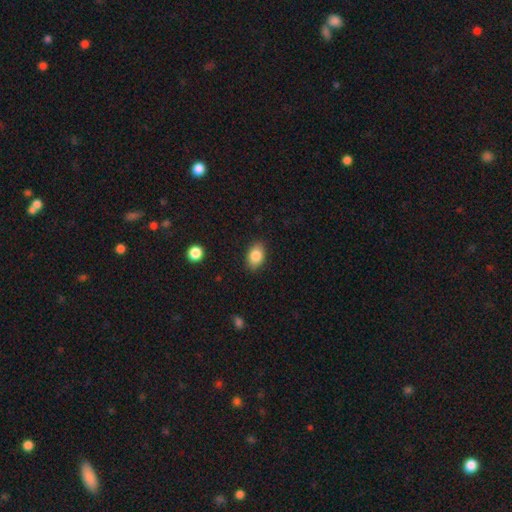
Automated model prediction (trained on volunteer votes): Smooth or featured: smooth — 84% (star or artifact — 8%)
How rounded: in between — 85% (round — 13%)
Merging: none — 86% (minor disturbance — 10%)